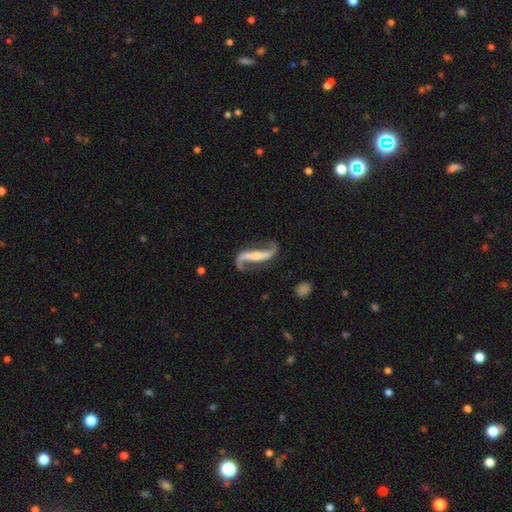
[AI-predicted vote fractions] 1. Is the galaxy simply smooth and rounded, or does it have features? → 90% featured or disk, 6% smooth, 4% star or artifact.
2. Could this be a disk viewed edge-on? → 91% no, 9% yes.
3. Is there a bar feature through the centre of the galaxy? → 57% strong, 23% weak, 21% no.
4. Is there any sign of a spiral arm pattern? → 97% yes, 3% no.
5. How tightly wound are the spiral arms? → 74% loose, 20% medium, 5% tight.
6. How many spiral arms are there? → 92% 2, 4% 1, 1% can't tell, 1% 3, 1% 4, 1% more than 4.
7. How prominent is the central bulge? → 42% small, 34% moderate, 13% none, 8% large, 2% dominant.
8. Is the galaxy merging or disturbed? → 77% none, 13% minor disturbance, 8% major disturbance, 2% merger.